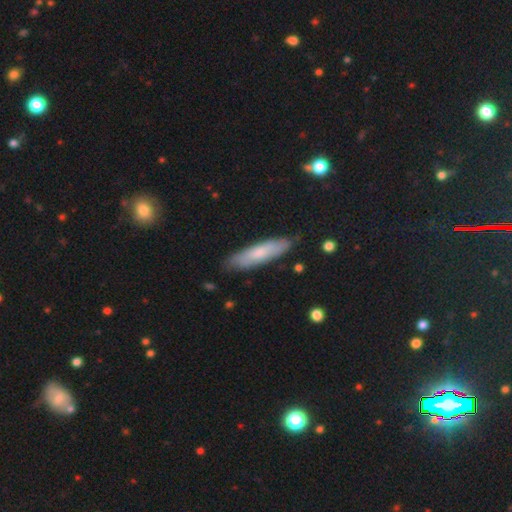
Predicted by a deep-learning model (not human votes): Smooth or featured? smooth (60%)
How rounded? cigar-shaped (77%)
Merging? none (84%)